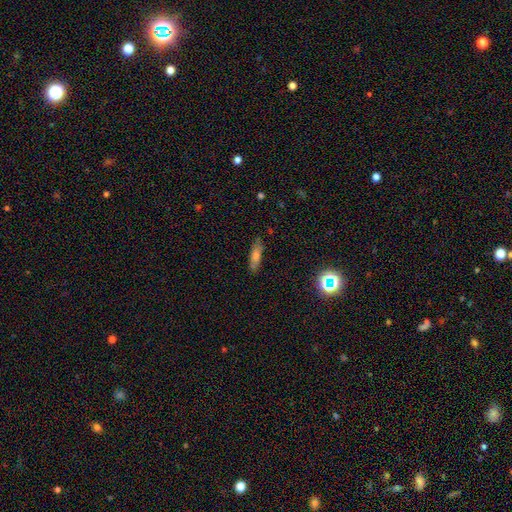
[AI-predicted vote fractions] A smooth galaxy with no disk features (61%) that is cigar-shaped (49%). Merging: none (80%).